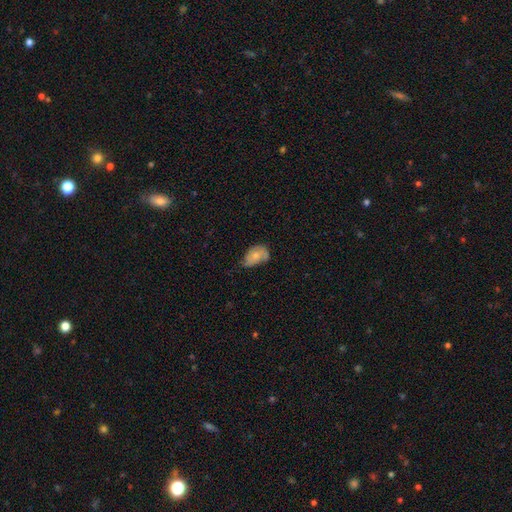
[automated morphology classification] type=smooth (66%); roundness=in between (86%); merging=minor disturbance (45%).